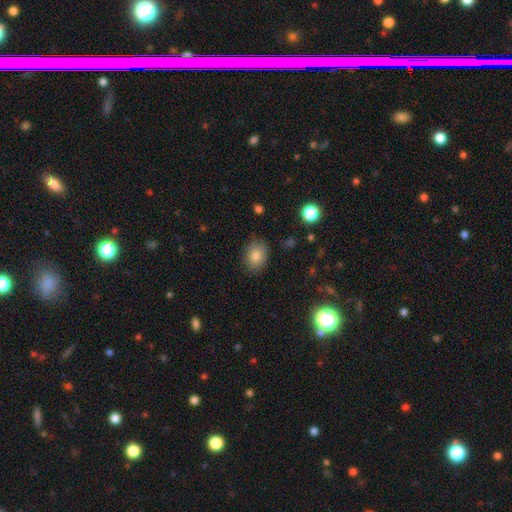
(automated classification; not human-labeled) A smooth galaxy with no disk features (82%) that is in between round and cigar-shaped (67%). Merging: none (83%).